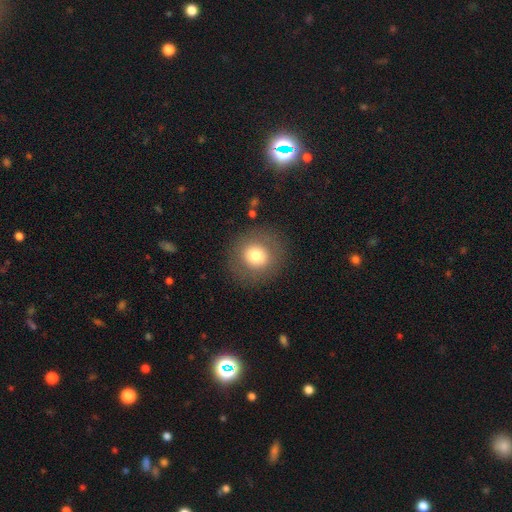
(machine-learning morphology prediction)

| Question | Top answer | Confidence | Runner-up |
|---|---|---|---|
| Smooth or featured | smooth | 72% | featured or disk (17%) |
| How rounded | round | 91% | in between (8%) |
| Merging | none | 86% | minor disturbance (8%) |